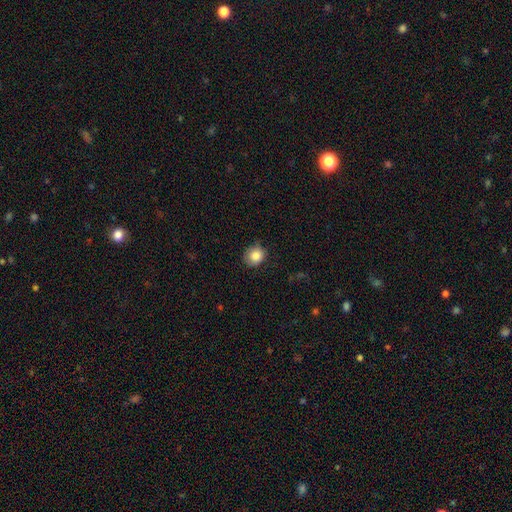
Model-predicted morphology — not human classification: This appears to be a smooth galaxy with no disk features (85%) that is round (74%). Merging: none (76%).